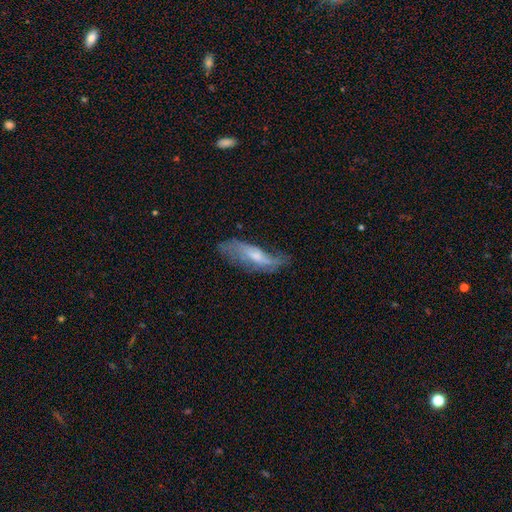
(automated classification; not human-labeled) Smooth or featured?
  - featured or disk: 55% *
  - smooth: 37%
  - star or artifact: 7%
Edge-on disk?
  - no: 76% *
  - yes: 24%
Merging?
  - none: 46% *
  - minor disturbance: 30%
  - major disturbance: 21%
  - merger: 3%